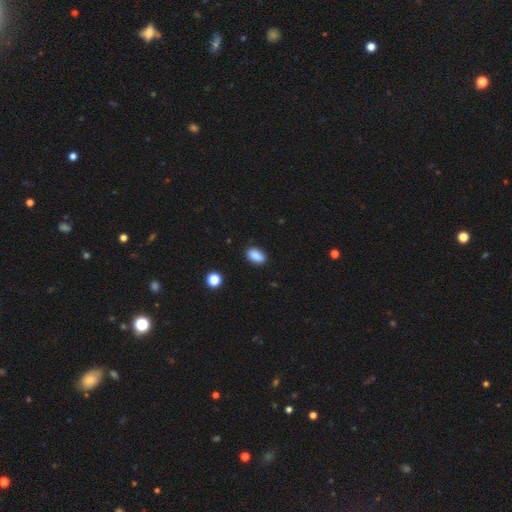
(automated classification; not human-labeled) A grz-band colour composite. It shows a smooth galaxy with no disk features (87%) that is in between round and cigar-shaped (89%). Merging: none (85%).